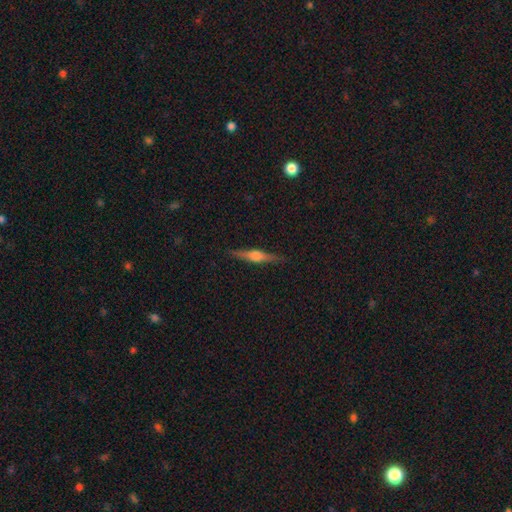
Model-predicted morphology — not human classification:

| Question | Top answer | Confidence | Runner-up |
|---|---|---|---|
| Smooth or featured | featured or disk | 70% | smooth (23%) |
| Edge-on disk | yes | 98% | no (2%) |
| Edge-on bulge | rounded | 89% | boxy (8%) |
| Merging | none | 90% | minor disturbance (7%) |